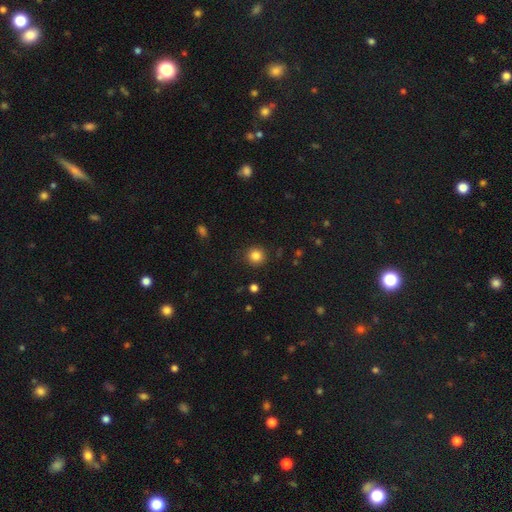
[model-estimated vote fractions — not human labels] This appears to be a smooth galaxy with no disk features (84%) that is round (93%). Merging: none (90%).